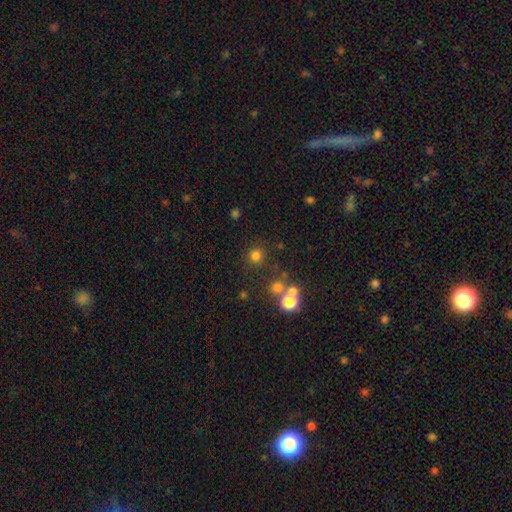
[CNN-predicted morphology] smooth_or_featured: smooth (p=0.75) [alt: star or artifact p=0.18]
how_rounded: round (p=0.93) [alt: in between p=0.06]
merging: none (p=0.82) [alt: minor disturbance p=0.07]